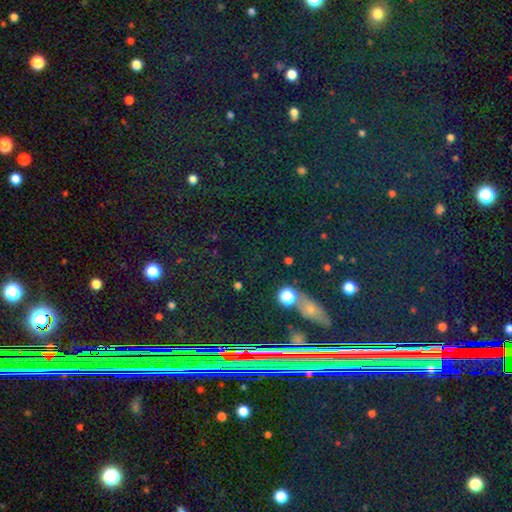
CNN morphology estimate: The model was most divided on "smooth or featured": star or artifact: 81%, smooth: 11%, featured or disk: 8%.